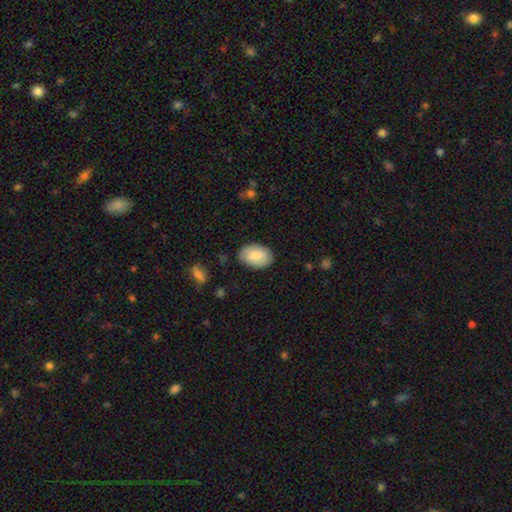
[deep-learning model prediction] Morphology: type=smooth (82%); roundness=in between (89%); merging=none (80%).